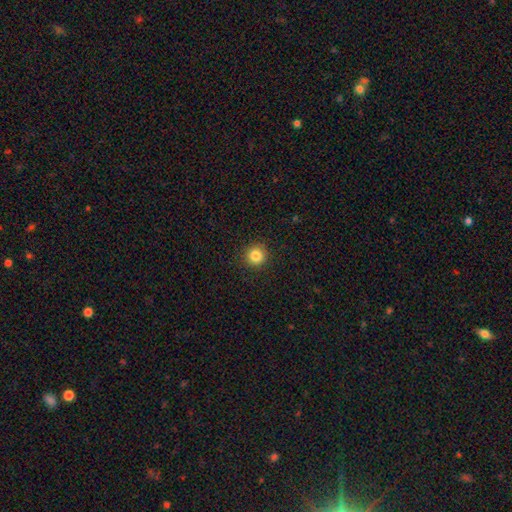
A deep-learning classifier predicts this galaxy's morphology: Smooth or featured? Predicted: smooth (p=0.84). How rounded? Predicted: round (p=0.94). Merging? Predicted: none (p=0.92).